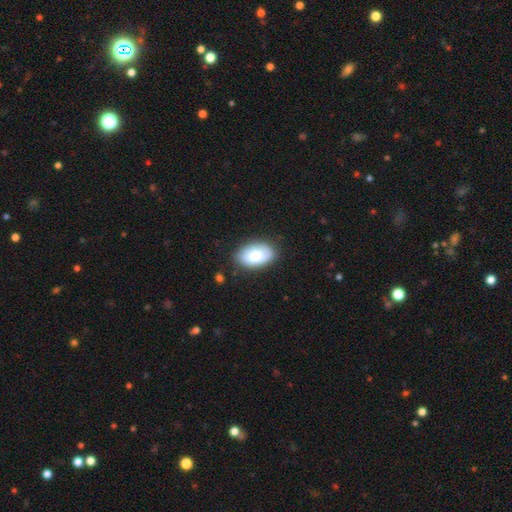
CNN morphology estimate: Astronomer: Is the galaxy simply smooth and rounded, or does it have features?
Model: smooth — 77%.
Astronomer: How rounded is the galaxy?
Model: in between — 93%.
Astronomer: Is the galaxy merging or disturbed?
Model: none — 80%.